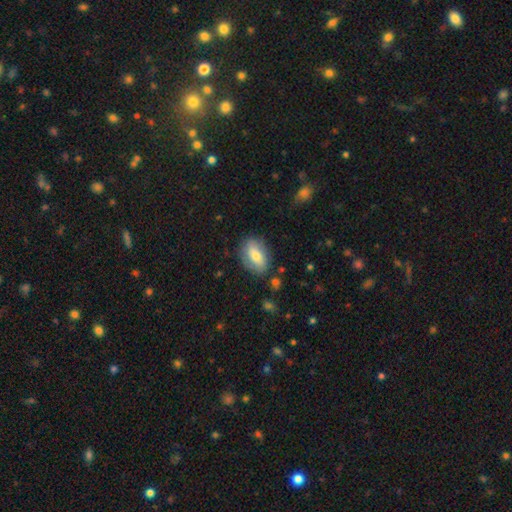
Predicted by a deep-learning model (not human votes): Smooth or featured? Predicted: smooth (p=0.67). How rounded? Predicted: in between (p=0.86). Merging? Predicted: none (p=0.79).